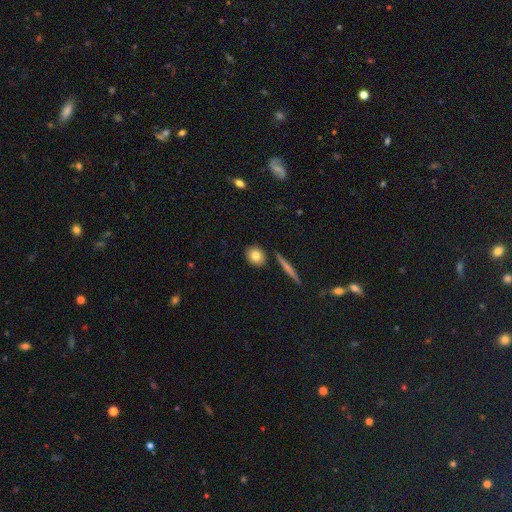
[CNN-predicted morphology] This is likely a smooth galaxy (80%). How rounded: likely round (64%). Merging: clearly none (86%).